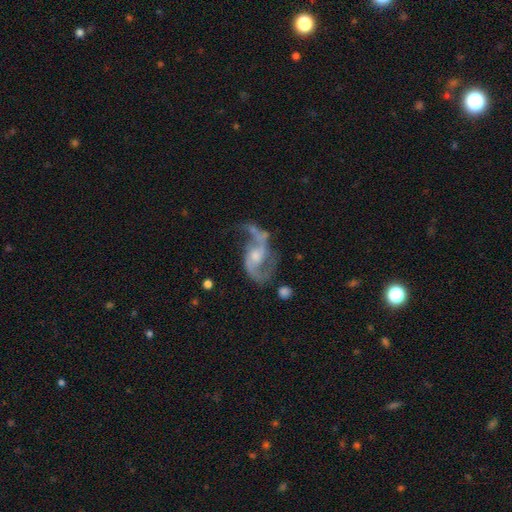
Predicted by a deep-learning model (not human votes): Smooth or featured? Predicted: featured or disk (p=0.87). Edge-on disk? Predicted: no (p=0.97). Bar? Predicted: no (p=0.48). Spiral arms? Predicted: yes (p=0.96). Spiral winding? Predicted: loose (p=0.53). Spiral arm count? Predicted: 2 (p=0.88). Bulge size? Predicted: moderate (p=0.46). Merging? Predicted: none (p=0.56).